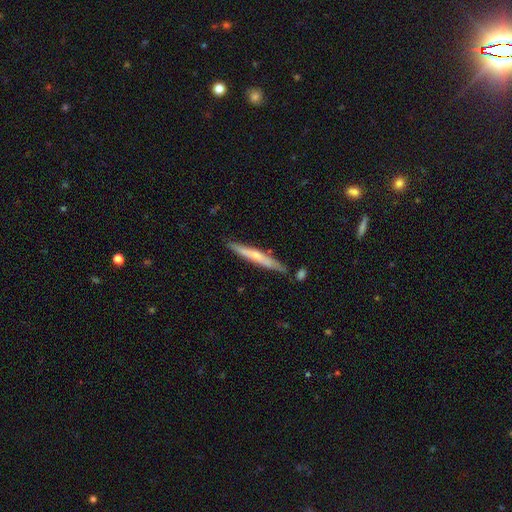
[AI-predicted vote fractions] smooth-or-featured: featured or disk: 51% | smooth: 43% | star or artifact: 6%
  disk-edge-on: yes: 93% | no: 7%
  merging: none: 78% | minor disturbance: 14% | merger: 5% | major disturbance: 2%